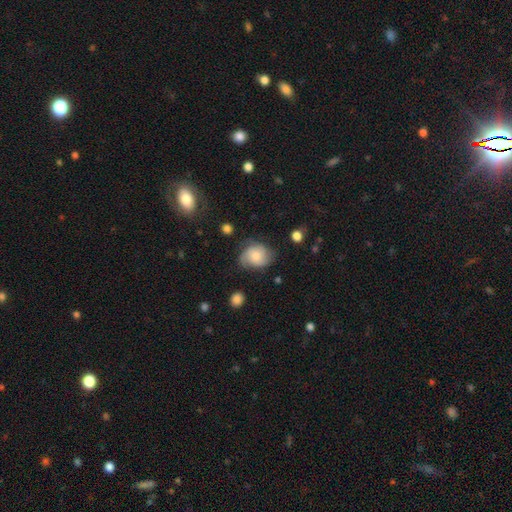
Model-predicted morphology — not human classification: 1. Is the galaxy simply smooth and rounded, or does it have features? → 47% smooth, 45% featured or disk, 8% star or artifact.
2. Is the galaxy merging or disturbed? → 60% none, 27% minor disturbance, 11% major disturbance, 2% merger.